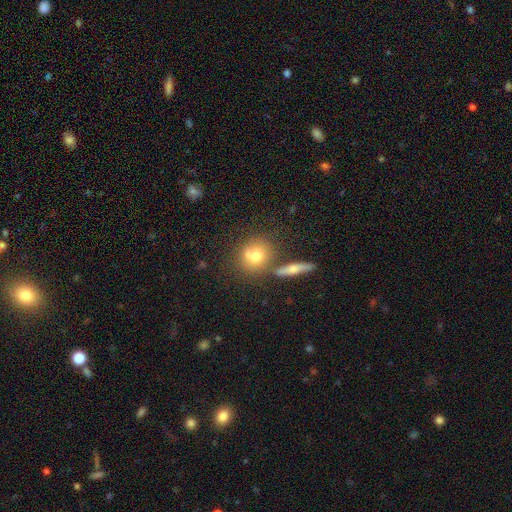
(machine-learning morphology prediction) smooth 71%, featured or disk 19%, star or artifact 10%. Down the decision tree: how rounded — round (79%); merging — none (60%).